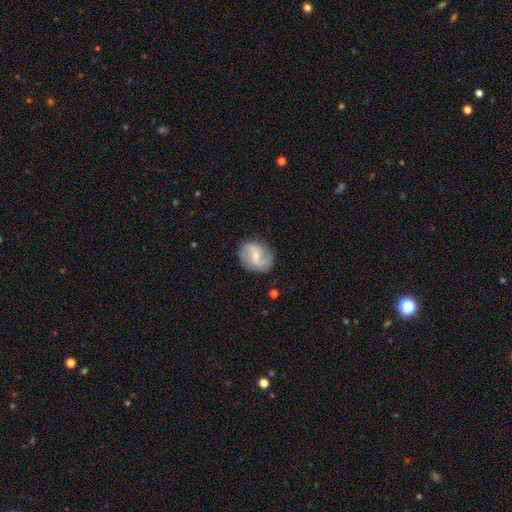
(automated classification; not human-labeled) Morphology: type=featured or disk (71%); edge-on=no (97%); bar=weak (50%); spiral arms=yes (91%); winding=loose (51%); arm count=2 (89%); bulge=small (63%); merging=none (83%).